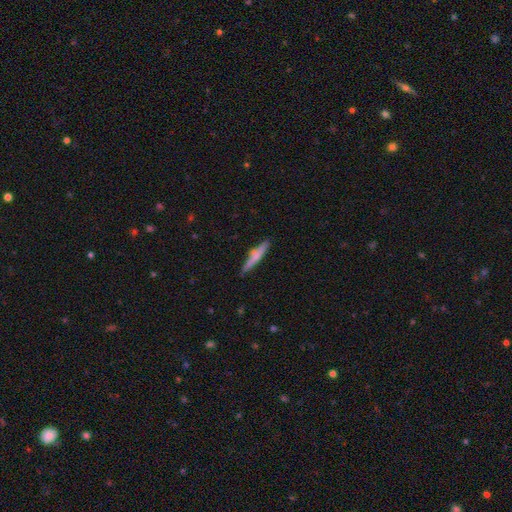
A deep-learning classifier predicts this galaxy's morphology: Overall: smooth (58%; featured or disk 36%). How rounded: cigar-shaped (91%). Merging: none (78%).